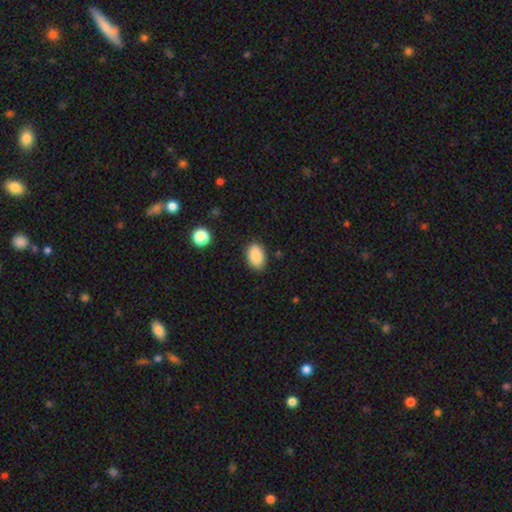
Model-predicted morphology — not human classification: The model was most divided on "merging": none: 86%, minor disturbance: 10%, major disturbance: 2%, merger: 1%. More confident: how rounded — in between (89%); smooth or featured — smooth (88%).